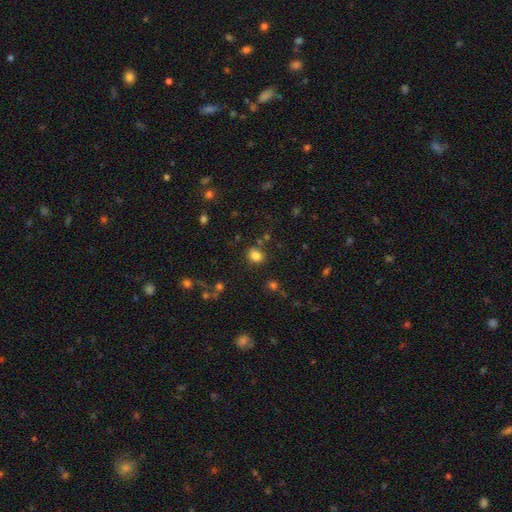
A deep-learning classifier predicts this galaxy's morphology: smooth-or-featured: smooth: 81% | star or artifact: 13% | featured or disk: 6%
  how-rounded: round: 67% | in between: 32% | cigar-shaped: 1%
  merging: none: 81% | minor disturbance: 11% | merger: 5% | major disturbance: 3%